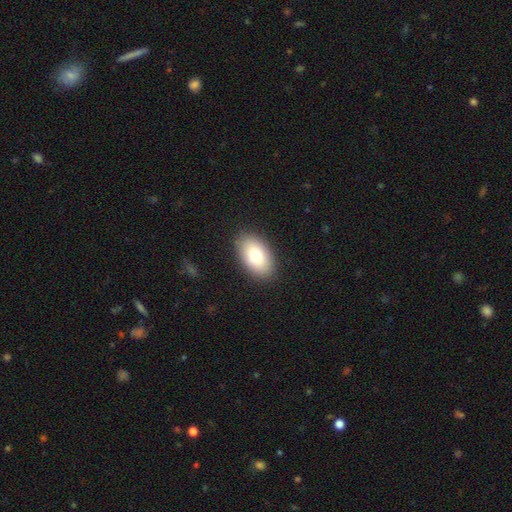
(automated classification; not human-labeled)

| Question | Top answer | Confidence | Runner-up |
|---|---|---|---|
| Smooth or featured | smooth | 78% | featured or disk (14%) |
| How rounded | in between | 93% | round (6%) |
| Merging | none | 88% | minor disturbance (9%) |